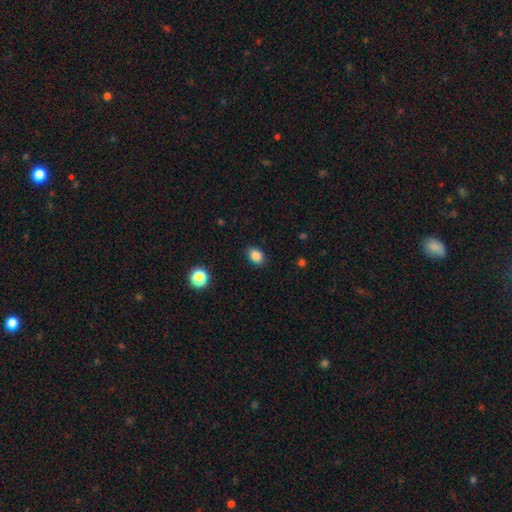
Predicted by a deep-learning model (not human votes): This is clearly a smooth galaxy (86%). How rounded: likely in between (69%). Merging: clearly none (87%).